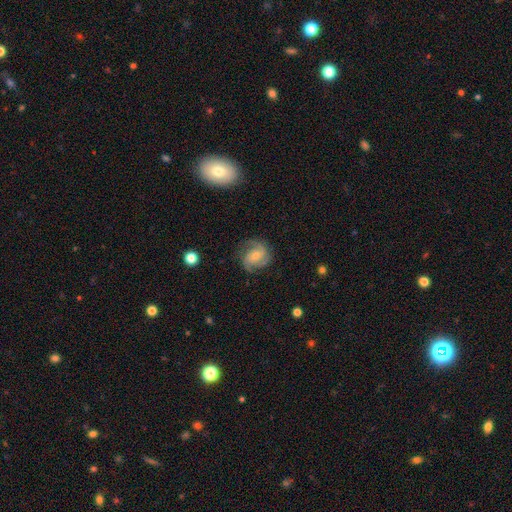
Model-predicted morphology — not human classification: smooth-or-featured: featured or disk: 79% | smooth: 14% | star or artifact: 6%
  disk-edge-on: no: 98% | yes: 2%
    bar: no: 62% | weak: 31% | strong: 7%
    has-spiral-arms: yes: 96% | no: 4%
      spiral-winding: medium: 49% | tight: 33% | loose: 18%
      spiral-arm-count: 2: 48% | 3: 29% | can't tell: 11% | 1: 4% | 4: 4% | more than 4: 3%
    bulge-size: small: 58% | moderate: 35% | none: 3% | large: 2% | dominant: 1%
  merging: none: 73% | minor disturbance: 18% | major disturbance: 9% | merger: 1%